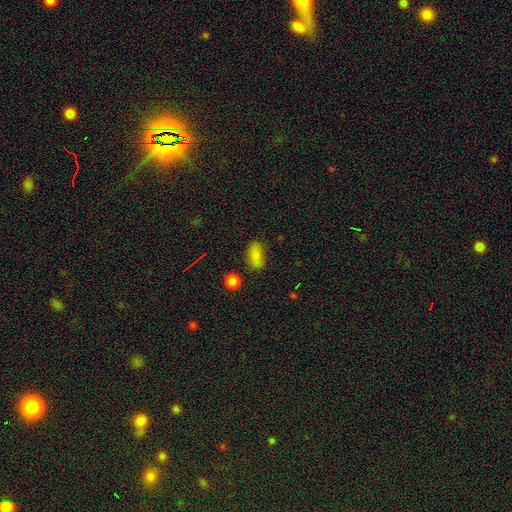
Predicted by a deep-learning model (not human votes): Morphology: type=smooth (80%); roundness=in between (88%); merging=none (78%).